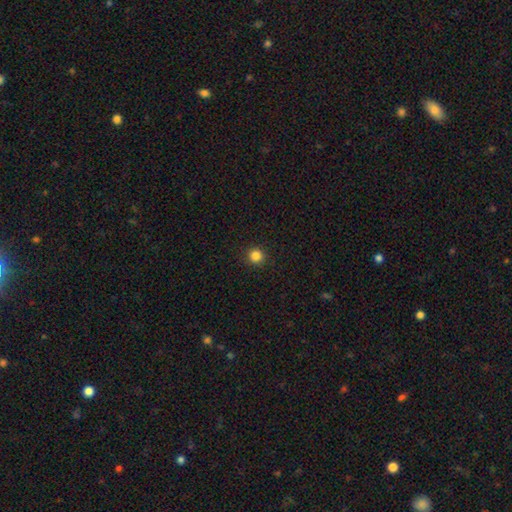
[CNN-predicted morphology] A smooth galaxy with no disk features (84%) that is round (95%). Merging: none (92%).